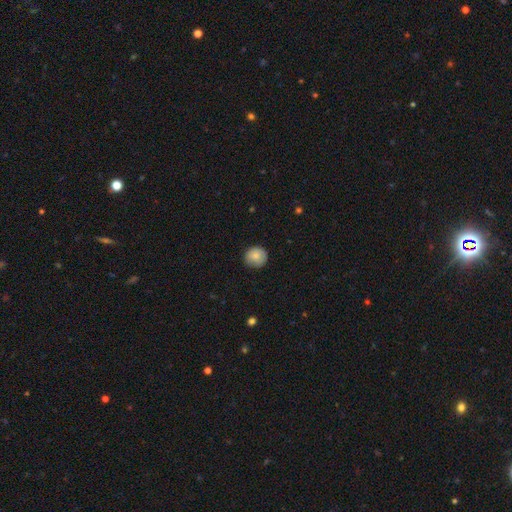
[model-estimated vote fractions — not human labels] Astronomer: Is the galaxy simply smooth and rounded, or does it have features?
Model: smooth — 79%.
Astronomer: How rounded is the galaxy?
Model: round — 90%.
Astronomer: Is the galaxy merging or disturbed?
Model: none — 82%.